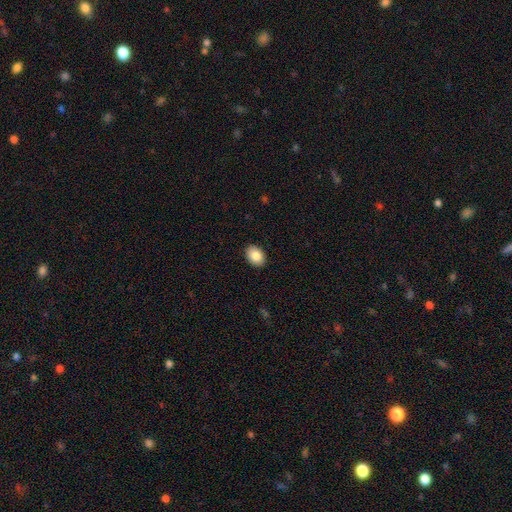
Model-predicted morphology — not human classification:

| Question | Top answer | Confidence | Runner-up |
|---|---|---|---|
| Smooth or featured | smooth | 86% | star or artifact (7%) |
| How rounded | in between | 75% | round (24%) |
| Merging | none | 91% | minor disturbance (7%) |